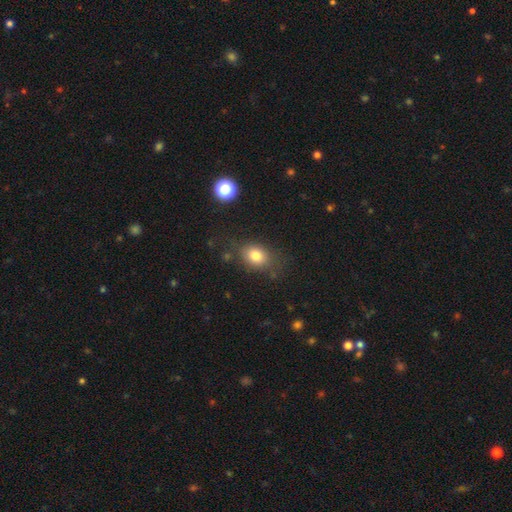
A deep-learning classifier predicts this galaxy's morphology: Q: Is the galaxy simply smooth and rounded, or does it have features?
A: smooth — 80%.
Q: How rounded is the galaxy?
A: in between — 61%.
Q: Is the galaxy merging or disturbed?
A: none — 73%.